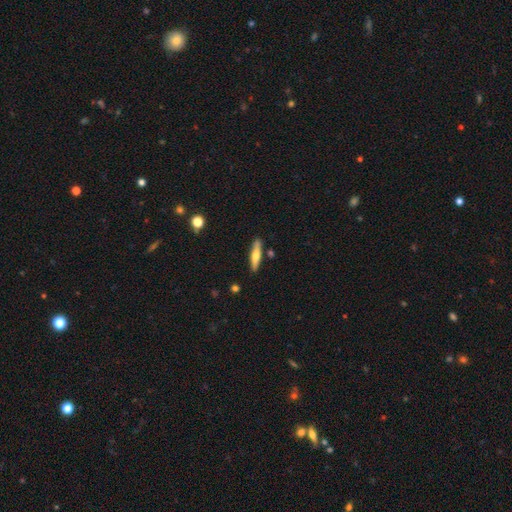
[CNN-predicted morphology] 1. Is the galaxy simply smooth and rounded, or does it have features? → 53% smooth, 41% featured or disk, 6% star or artifact.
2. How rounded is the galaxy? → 82% cigar-shaped, 16% in between, 2% round.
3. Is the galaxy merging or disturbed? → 86% none, 9% minor disturbance, 3% merger, 2% major disturbance.